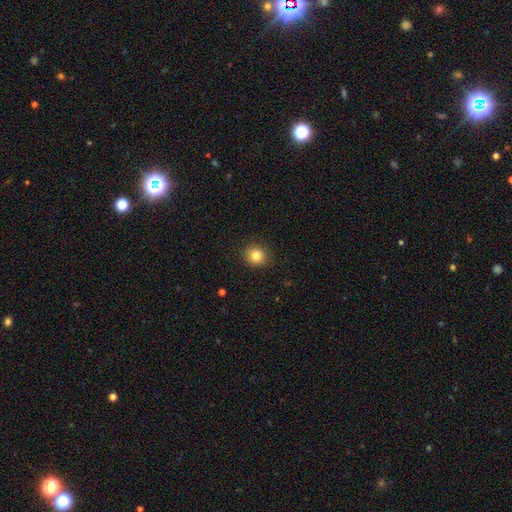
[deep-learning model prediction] Smooth or featured? Predicted: smooth (p=0.82). How rounded? Predicted: round (p=0.92). Merging? Predicted: none (p=0.91).